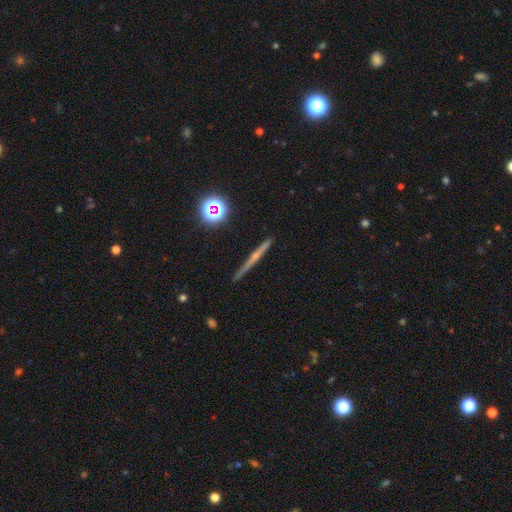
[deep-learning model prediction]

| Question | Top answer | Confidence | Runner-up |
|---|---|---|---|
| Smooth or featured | featured or disk | 68% | smooth (19%) |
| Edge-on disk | yes | 98% | no (2%) |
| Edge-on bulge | rounded | 67% | none (27%) |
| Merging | none | 90% | minor disturbance (7%) |